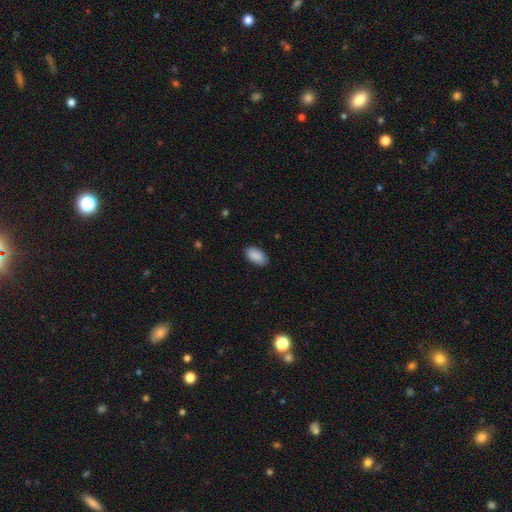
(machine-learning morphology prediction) Overall: smooth (90%). How rounded: in between (95%). Merging: none (84%).